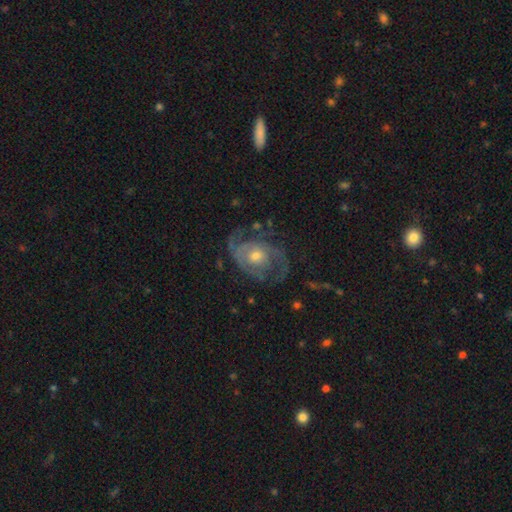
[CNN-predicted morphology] Overall: featured or disk (84%). Edge-on disk: no (97%). Bar: no (74%). Spiral arms: yes (91%). Spiral arm count: 2 (63%). Spiral winding: tight (44%; medium 41%). Bulge size: moderate (61%; small 32%). Merging: none (67%).